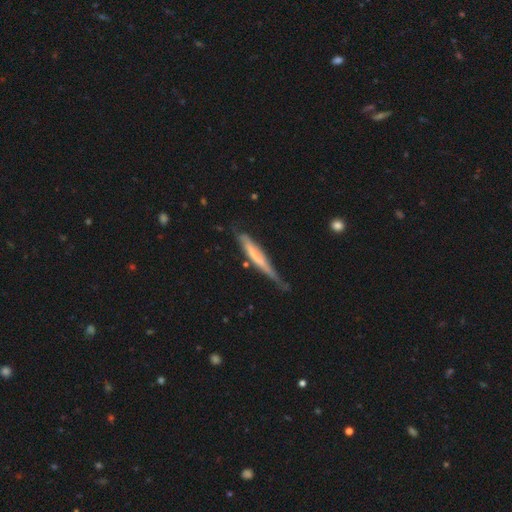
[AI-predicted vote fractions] featured or disk 49%, smooth 45%, star or artifact 6%. Down the decision tree: merging — none (48%).